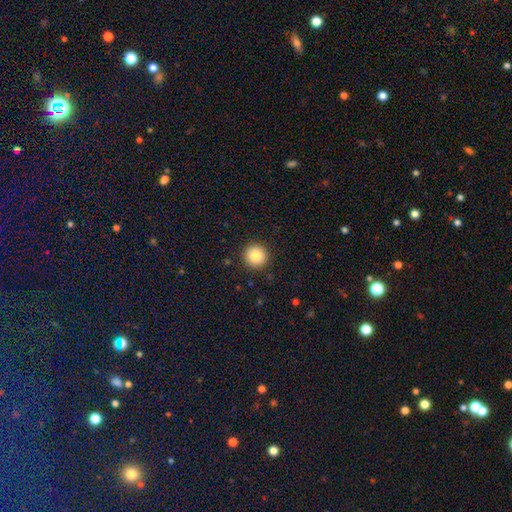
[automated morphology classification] This appears to be a smooth galaxy with no disk features (85%) that is round (95%). Merging: none (92%).